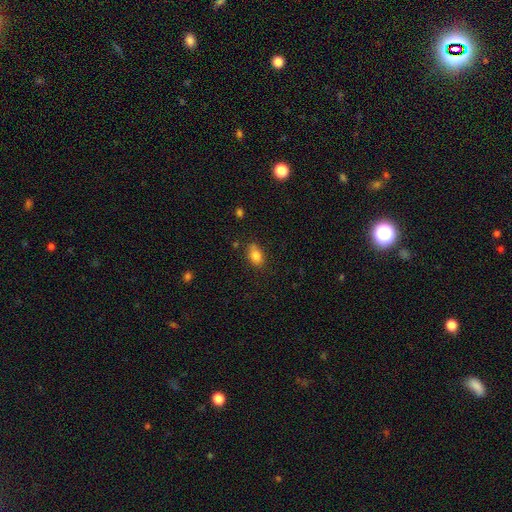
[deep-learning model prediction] Smooth or featured? Predicted: smooth (p=0.83). How rounded? Predicted: in between (p=0.84). Merging? Predicted: none (p=0.72).